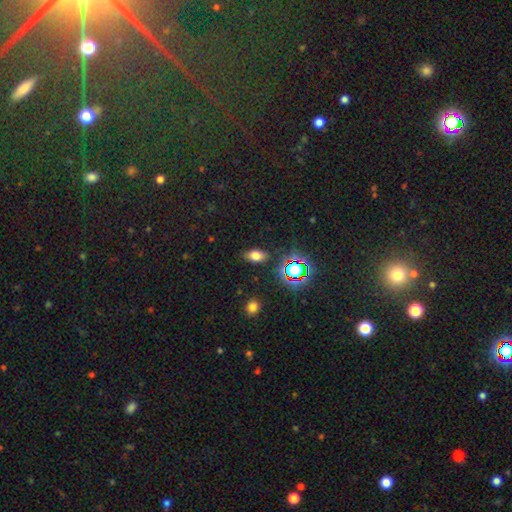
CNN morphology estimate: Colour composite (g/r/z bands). It shows a smooth galaxy with no disk features (68%) that is in between round and cigar-shaped (85%). Merging: none (85%).